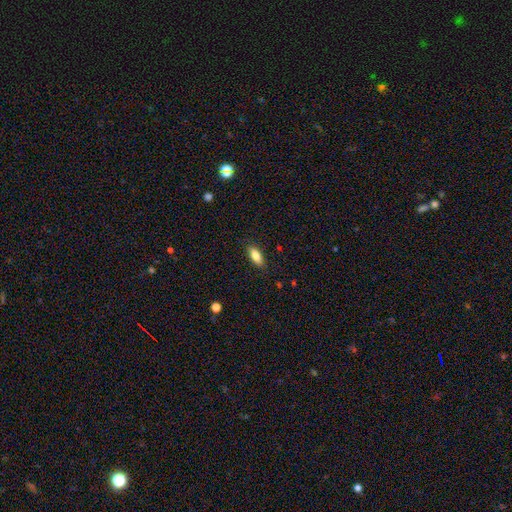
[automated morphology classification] This is clearly a smooth galaxy (82%). How rounded: likely in between (76%). Merging: clearly none (86%).